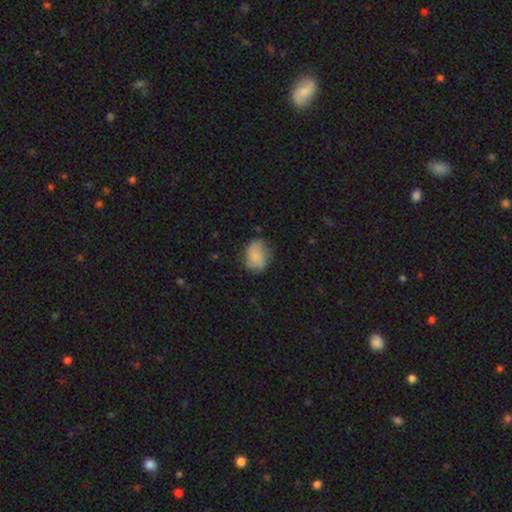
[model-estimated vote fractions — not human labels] Q: Smooth or featured?
A: smooth (64%); runner-up: featured or disk (27%)
Q: How rounded?
A: in between (60%); runner-up: round (38%)
Q: Merging?
A: none (64%); runner-up: minor disturbance (26%)